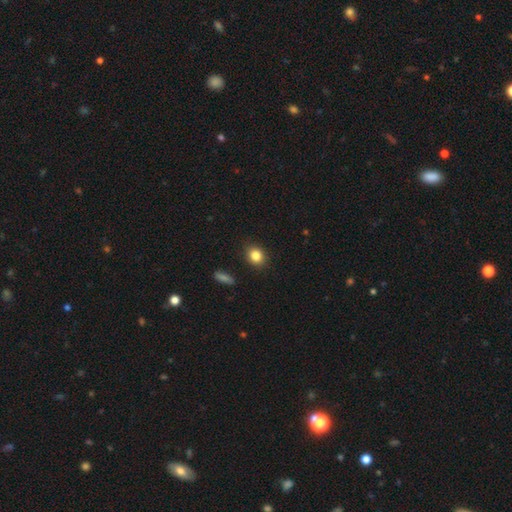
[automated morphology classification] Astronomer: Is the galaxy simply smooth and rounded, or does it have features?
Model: smooth — 84%.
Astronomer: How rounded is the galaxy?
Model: round — 58% (runner-up: in between, 40%).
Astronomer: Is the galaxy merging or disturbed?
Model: none — 89%.